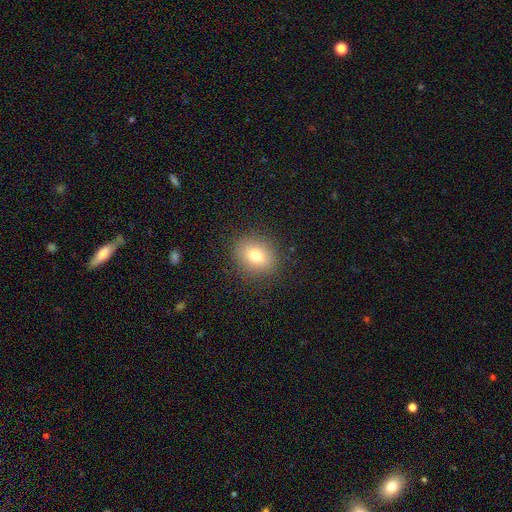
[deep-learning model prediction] Smooth or featured?
  - smooth: 75% *
  - featured or disk: 14%
  - star or artifact: 12%
How rounded?
  - round: 52% *
  - in between: 46%
  - cigar-shaped: 1%
Merging?
  - none: 87% *
  - minor disturbance: 8%
  - major disturbance: 3%
  - merger: 1%